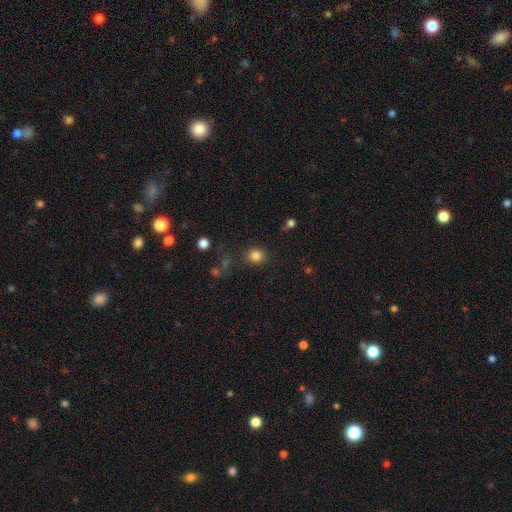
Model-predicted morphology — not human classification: A smooth galaxy with no disk features (83%) that is round (85%).

Vote fractions:
- Smooth or featured? smooth: 83% / star or artifact: 12% / featured or disk: 5%
- How rounded? round: 85% / in between: 14% / cigar-shaped: 1%
- Merging? none: 84% / minor disturbance: 8% / major disturbance: 4% / merger: 3%